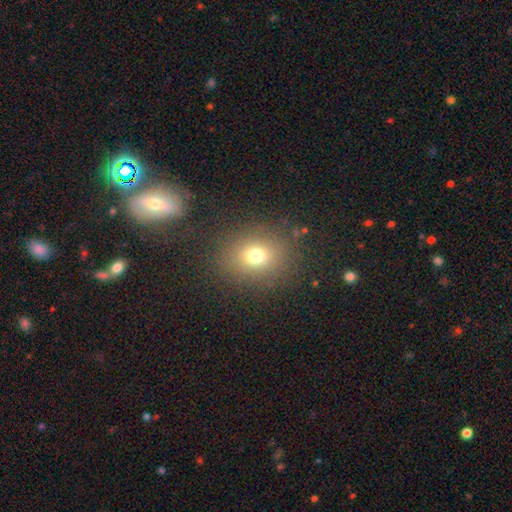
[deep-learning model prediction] This is likely a smooth galaxy (72%). How rounded: possibly round (60%). Merging: clearly none (84%).